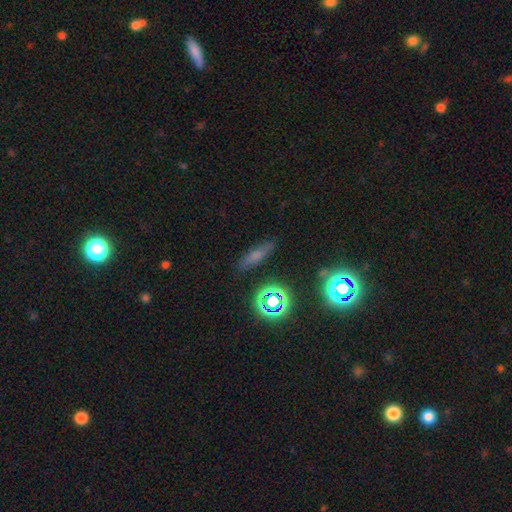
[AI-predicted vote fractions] smooth 58%, star or artifact 23%, featured or disk 20%. Down the decision tree: how rounded — cigar-shaped (66%); merging — none (84%).